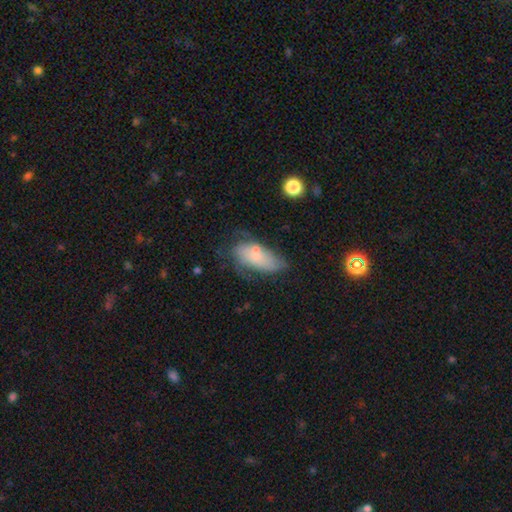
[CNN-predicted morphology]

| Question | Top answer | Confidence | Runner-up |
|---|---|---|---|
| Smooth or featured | smooth | 61% | featured or disk (31%) |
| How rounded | in between | 89% | cigar-shaped (8%) |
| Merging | none | 40% | minor disturbance (30%) |